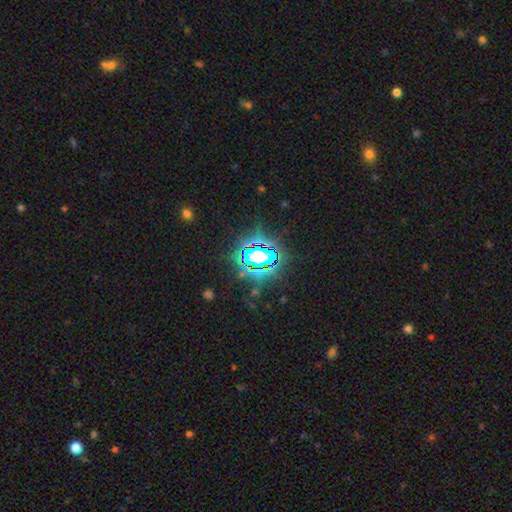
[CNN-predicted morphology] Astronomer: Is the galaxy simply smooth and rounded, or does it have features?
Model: star or artifact — 79%.